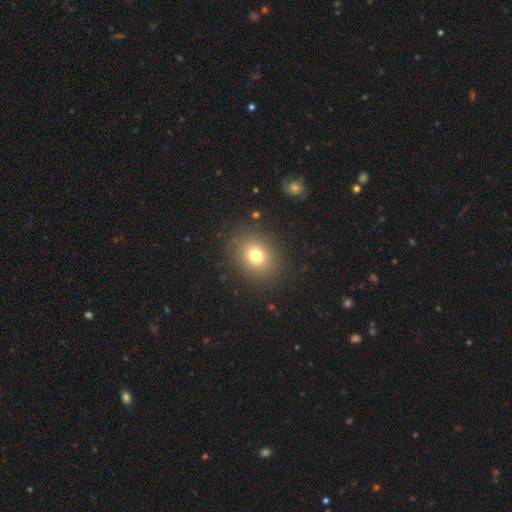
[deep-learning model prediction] Smooth or featured?
  - smooth: 75% *
  - star or artifact: 14%
  - featured or disk: 11%
How rounded?
  - round: 61% *
  - in between: 38%
  - cigar-shaped: 1%
Merging?
  - none: 87% *
  - minor disturbance: 8%
  - major disturbance: 4%
  - merger: 2%